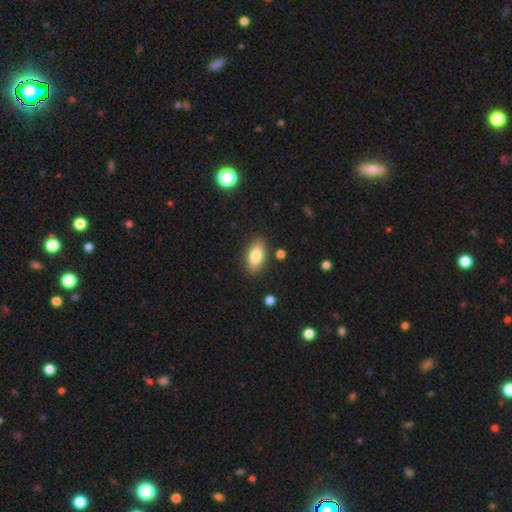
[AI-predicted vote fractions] A smooth galaxy with no disk features (78%) that is in between round and cigar-shaped (86%). Merging: none (85%).